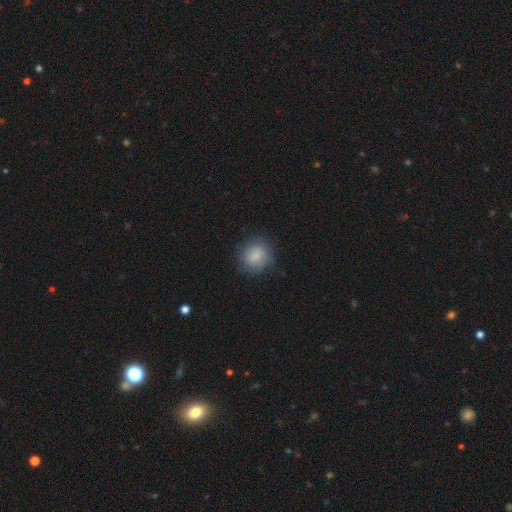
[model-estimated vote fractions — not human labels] Smooth or featured? Predicted: smooth (p=0.83). How rounded? Predicted: round (p=0.80). Merging? Predicted: none (p=0.79).